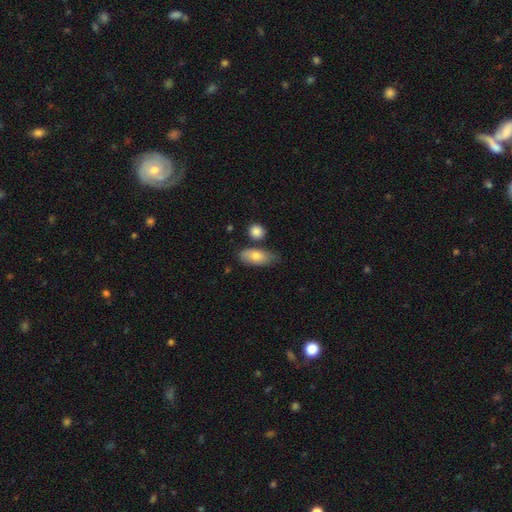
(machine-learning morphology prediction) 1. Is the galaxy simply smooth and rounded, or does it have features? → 76% smooth, 18% featured or disk, 6% star or artifact.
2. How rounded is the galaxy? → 85% in between, 10% cigar-shaped, 5% round.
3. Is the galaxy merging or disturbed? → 63% none, 22% minor disturbance, 10% merger, 5% major disturbance.